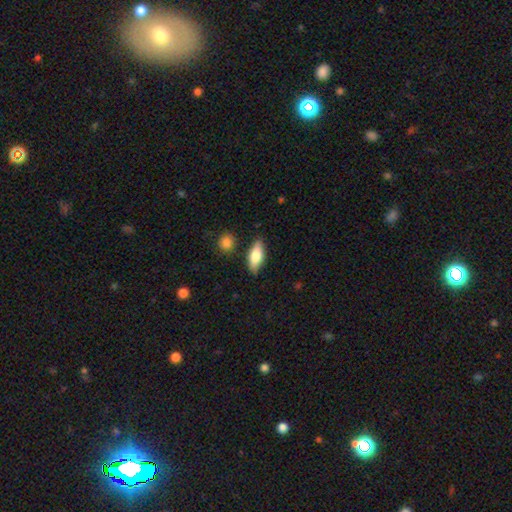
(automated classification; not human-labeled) The model was most divided on "smooth or featured": smooth: 73%, featured or disk: 21%, star or artifact: 6%. More confident: merging — none (83%); how rounded — in between (76%).